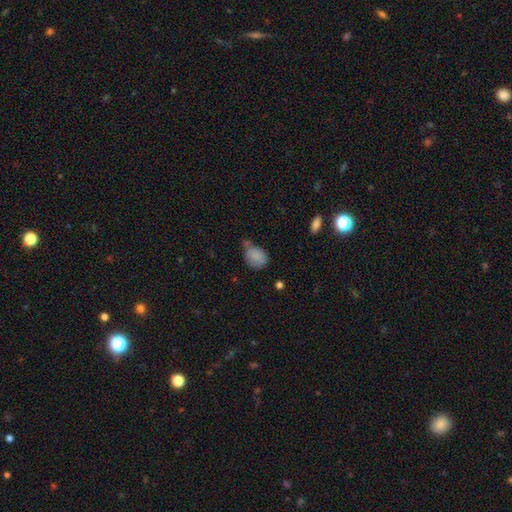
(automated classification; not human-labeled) smooth 82%, featured or disk 9%, star or artifact 9%. Down the decision tree: how rounded — in between (55%); merging — none (40%).